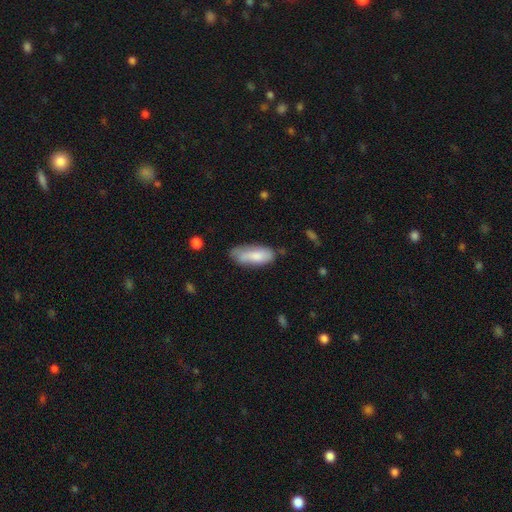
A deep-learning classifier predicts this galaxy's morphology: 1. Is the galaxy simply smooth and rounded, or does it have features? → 78% smooth, 16% featured or disk, 6% star or artifact.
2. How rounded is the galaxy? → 75% in between, 23% cigar-shaped, 2% round.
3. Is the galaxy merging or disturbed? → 56% none, 31% minor disturbance, 9% major disturbance, 4% merger.